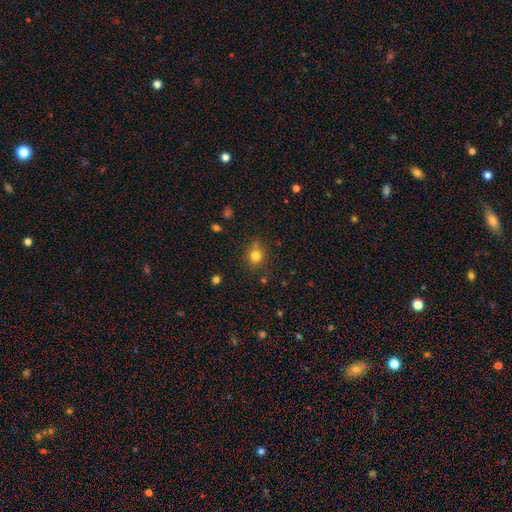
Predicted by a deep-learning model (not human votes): A smooth galaxy with no disk features (79%) that is round (74%).

Vote fractions:
- Smooth or featured? smooth: 79% / star or artifact: 14% / featured or disk: 8%
- How rounded? round: 74% / in between: 25% / cigar-shaped: 1%
- Merging? none: 77% / minor disturbance: 15% / merger: 4% / major disturbance: 4%